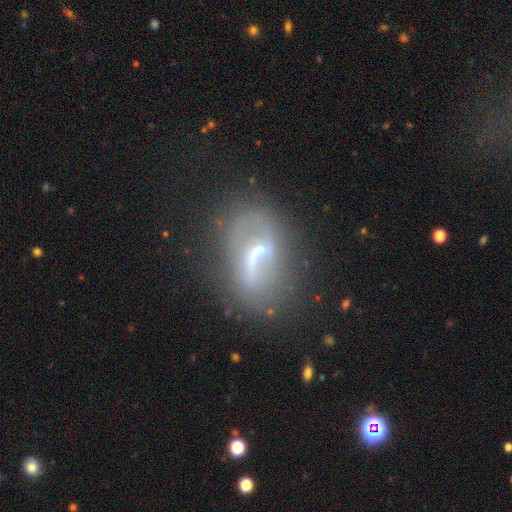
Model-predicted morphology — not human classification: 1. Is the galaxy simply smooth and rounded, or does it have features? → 67% featured or disk, 22% smooth, 11% star or artifact.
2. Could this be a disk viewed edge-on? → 92% no, 8% yes.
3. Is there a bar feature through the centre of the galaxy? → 42% strong, 39% weak, 19% no.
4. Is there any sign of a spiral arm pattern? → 58% yes, 42% no.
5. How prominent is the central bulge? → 46% small, 30% moderate, 17% none, 5% large, 2% dominant.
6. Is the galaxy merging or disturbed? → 57% none, 20% minor disturbance, 17% major disturbance, 6% merger.